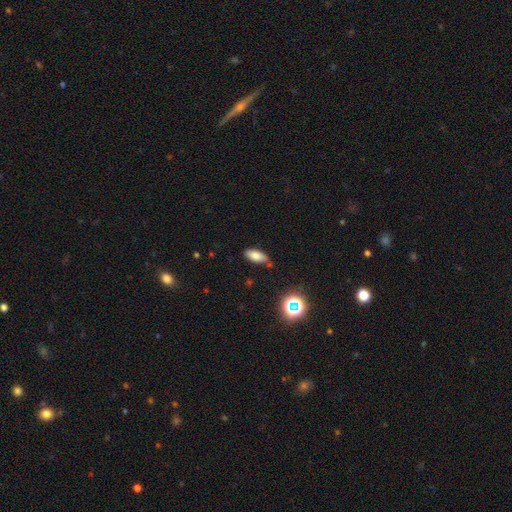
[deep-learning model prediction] A smooth galaxy with no disk features (77%) that is in between round and cigar-shaped (85%). Merging: none (75%).